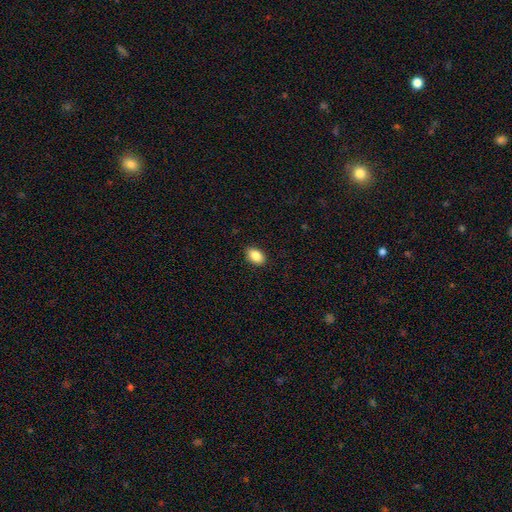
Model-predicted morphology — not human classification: Smooth or featured: smooth — 87% (star or artifact — 8%)
How rounded: in between — 85% (round — 14%)
Merging: none — 89% (minor disturbance — 9%)